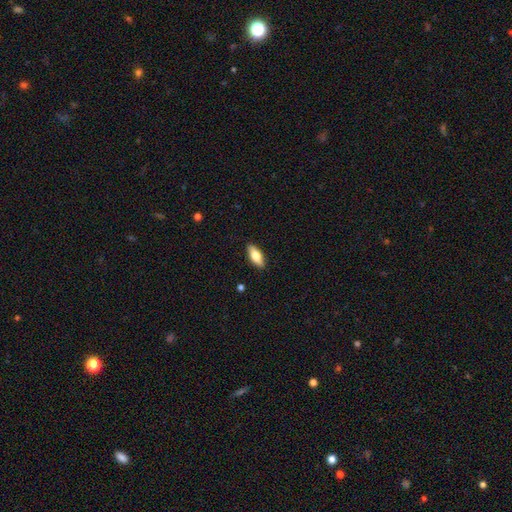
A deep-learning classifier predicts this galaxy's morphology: Smooth or featured?
  - smooth: 68% *
  - featured or disk: 26%
  - star or artifact: 6%
How rounded?
  - in between: 75% *
  - cigar-shaped: 22%
  - round: 3%
Merging?
  - none: 89% *
  - minor disturbance: 8%
  - major disturbance: 2%
  - merger: 1%